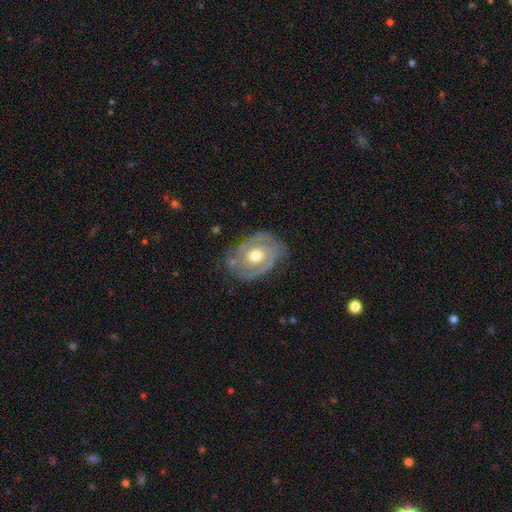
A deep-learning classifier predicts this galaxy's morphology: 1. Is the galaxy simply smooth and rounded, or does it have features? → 76% featured or disk, 19% smooth, 5% star or artifact.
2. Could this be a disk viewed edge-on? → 95% no, 5% yes.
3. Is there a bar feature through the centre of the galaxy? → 80% no, 16% weak, 4% strong.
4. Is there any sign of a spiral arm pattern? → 71% yes, 29% no.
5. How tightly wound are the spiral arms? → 64% tight, 26% medium, 10% loose.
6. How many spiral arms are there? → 44% 2, 30% can't tell, 10% 3, 9% 1, 3% 4, 3% more than 4.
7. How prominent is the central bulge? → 77% moderate, 12% small, 9% large, 1% dominant, 1% none.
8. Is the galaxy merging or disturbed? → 72% none, 20% minor disturbance, 7% major disturbance, 2% merger.